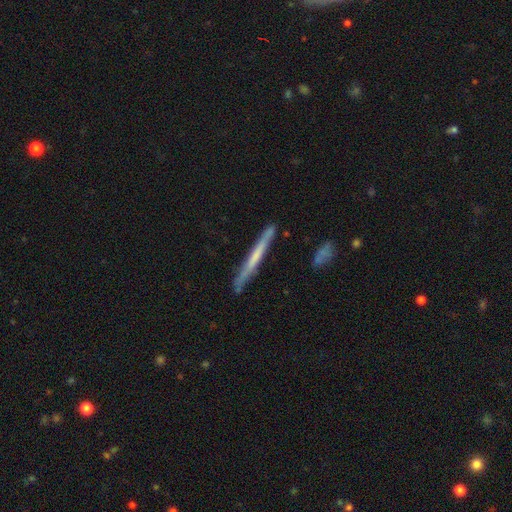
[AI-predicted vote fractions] Smooth or featured: featured or disk — 49% (smooth — 46%)
Merging: none — 85% (minor disturbance — 11%)